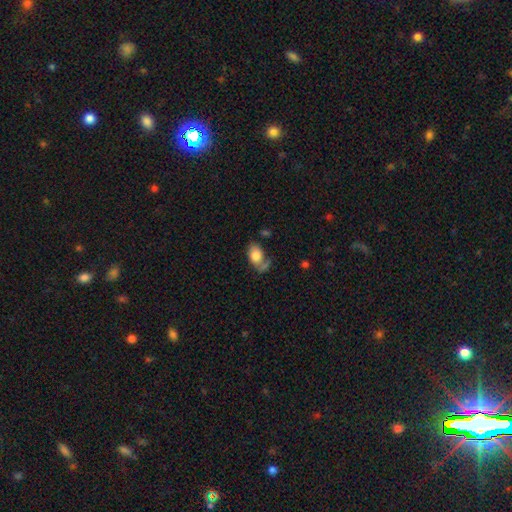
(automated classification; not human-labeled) Smooth or featured?
  - smooth: 73% *
  - featured or disk: 20%
  - star or artifact: 7%
How rounded?
  - in between: 87% *
  - round: 12%
  - cigar-shaped: 2%
Merging?
  - none: 42% *
  - minor disturbance: 23%
  - major disturbance: 19%
  - merger: 16%